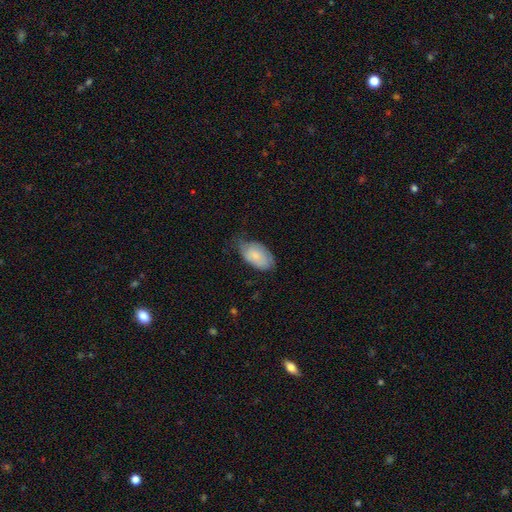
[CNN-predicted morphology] smooth_or_featured: smooth (p=0.76) [alt: featured or disk p=0.18]
how_rounded: in between (p=0.95) [alt: round p=0.03]
merging: none (p=0.46) [alt: minor disturbance p=0.42]